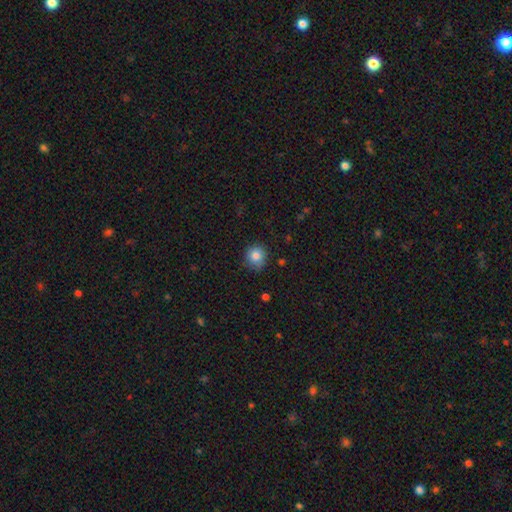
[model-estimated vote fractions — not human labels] Smooth or featured? Predicted: smooth (p=0.83). How rounded? Predicted: round (p=0.90). Merging? Predicted: none (p=0.79).